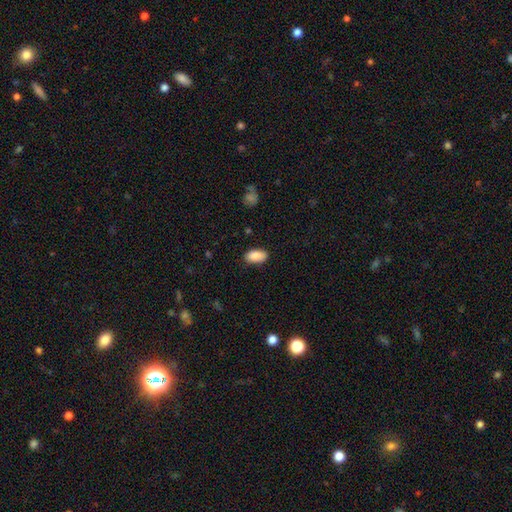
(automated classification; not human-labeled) This is clearly a smooth galaxy (89%). How rounded: clearly in between (94%). Merging: clearly none (86%).